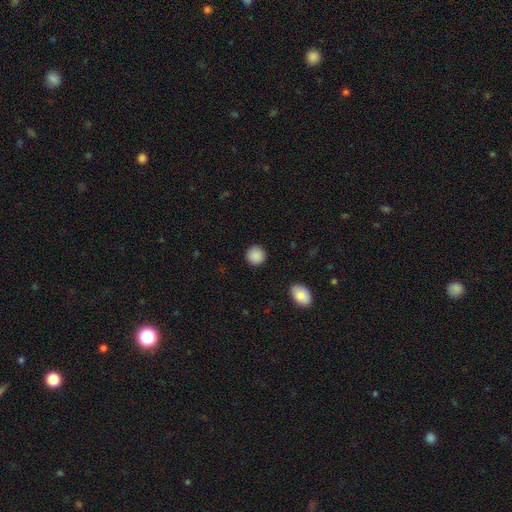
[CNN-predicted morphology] smooth 89%, star or artifact 8%, featured or disk 3%. Down the decision tree: how rounded — round (93%); merging — none (91%).